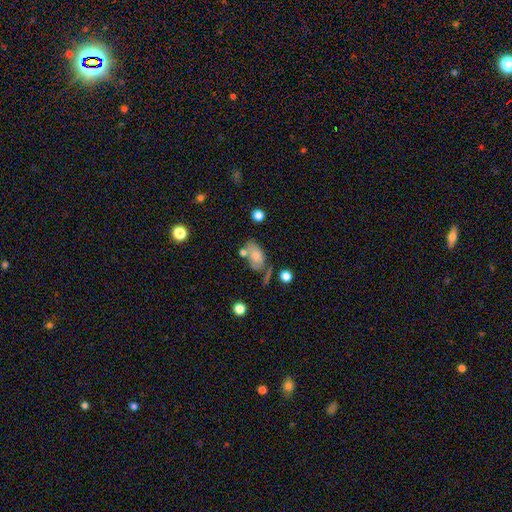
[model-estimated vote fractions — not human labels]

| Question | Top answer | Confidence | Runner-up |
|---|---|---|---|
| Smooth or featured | smooth | 71% | featured or disk (19%) |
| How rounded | in between | 89% | round (8%) |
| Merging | none | 48% | minor disturbance (23%) |